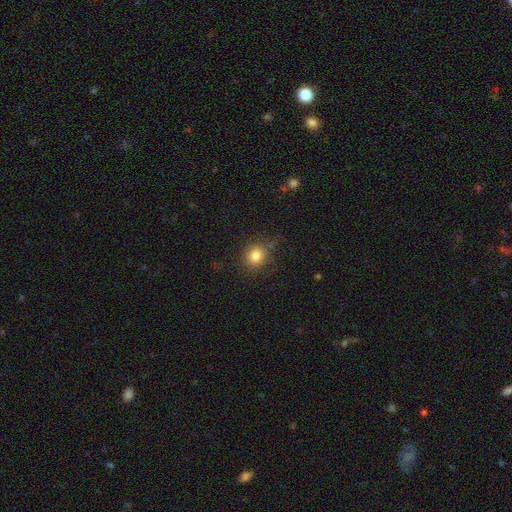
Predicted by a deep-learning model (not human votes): The model was most divided on "merging": none: 79%, minor disturbance: 15%, major disturbance: 5%, merger: 2%. More confident: how rounded — round (86%); smooth or featured — smooth (81%).